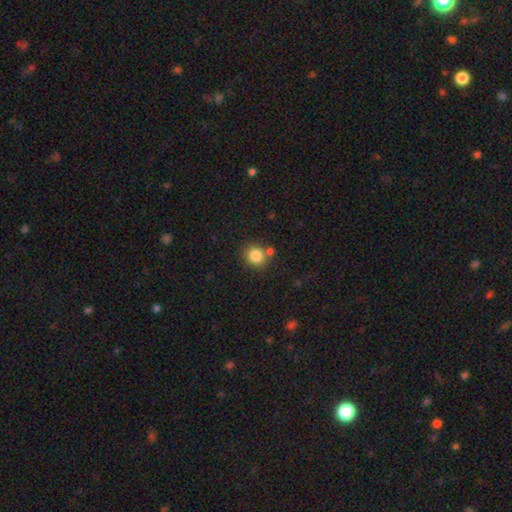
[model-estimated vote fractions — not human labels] Smooth or featured? Predicted: smooth (p=0.84). How rounded? Predicted: round (p=0.82). Merging? Predicted: none (p=0.72).